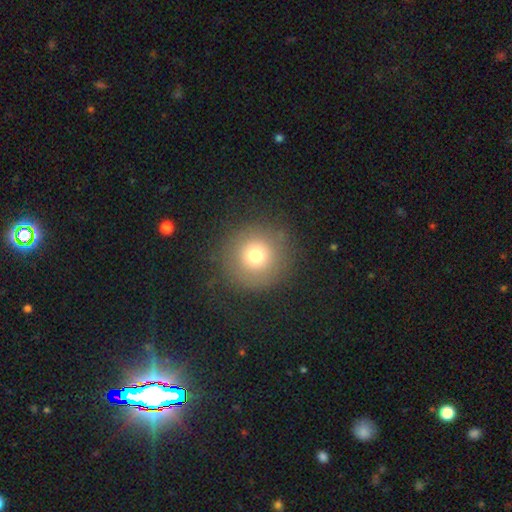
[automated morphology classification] This is likely a smooth galaxy (71%). How rounded: clearly round (96%). Merging: clearly none (84%).